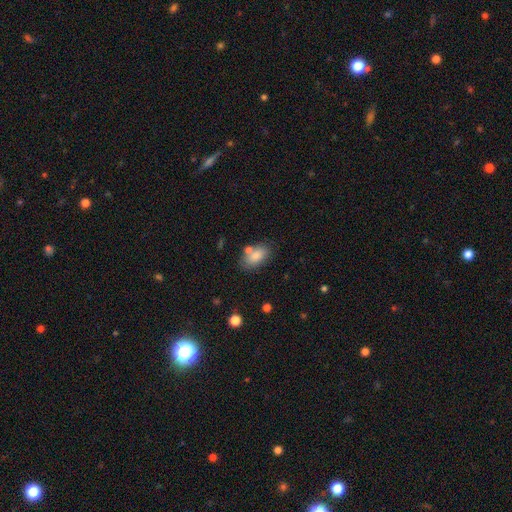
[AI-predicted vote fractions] Morphology: type=smooth (82%); roundness=in between (91%); merging=none (66%).